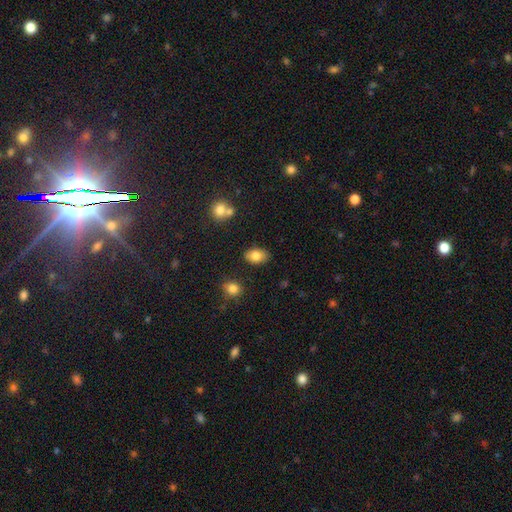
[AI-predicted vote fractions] Overall: smooth (81%). How rounded: in between (87%). Merging: none (83%).